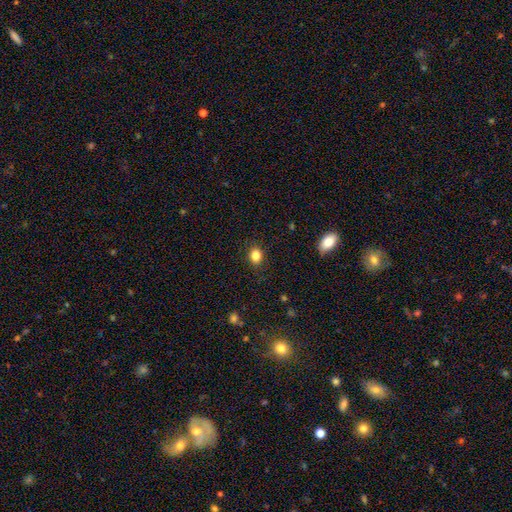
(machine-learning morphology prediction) The model was most divided on "how rounded": in between: 58%, round: 41%, cigar-shaped: 1%. More confident: merging — none (86%); smooth or featured — smooth (84%).